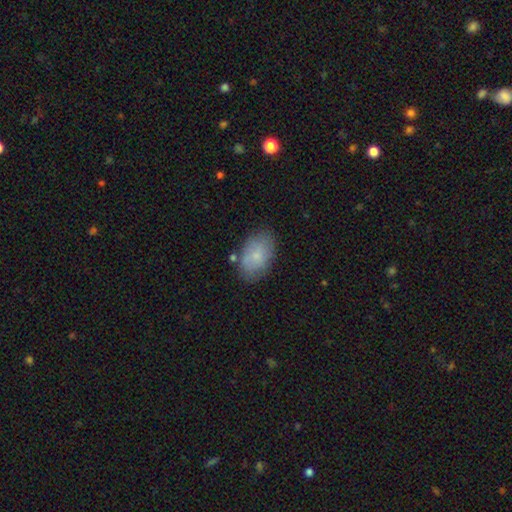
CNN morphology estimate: smooth-or-featured: smooth: 68% | featured or disk: 24% | star or artifact: 7%
  how-rounded: in between: 90% | round: 9% | cigar-shaped: 1%
  merging: none: 75% | minor disturbance: 17% | major disturbance: 4% | merger: 3%